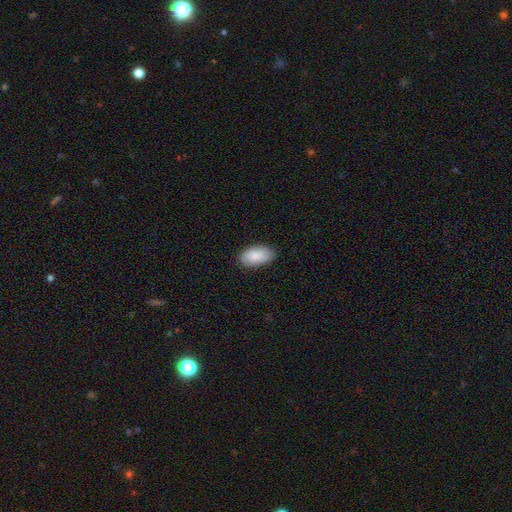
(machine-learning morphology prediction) The model was most divided on "merging": none: 85%, minor disturbance: 12%, major disturbance: 2%, merger: 1%. More confident: how rounded — in between (95%); smooth or featured — smooth (88%).